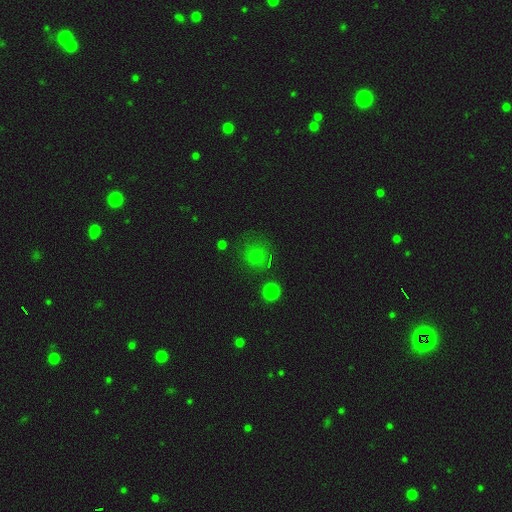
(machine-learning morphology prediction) This is likely a smooth galaxy (69%). How rounded: clearly round (88%). Merging: likely none (74%).